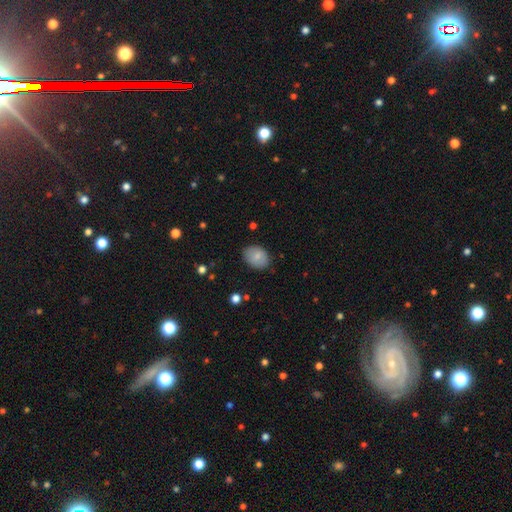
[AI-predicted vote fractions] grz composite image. It shows a smooth galaxy with no disk features (81%) that is in between round and cigar-shaped (72%). Merging: none (82%).